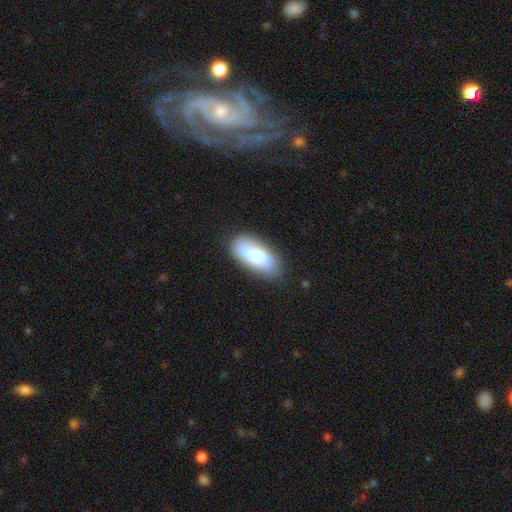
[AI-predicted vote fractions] Smooth or featured? Predicted: smooth (p=0.80). How rounded? Predicted: in between (p=0.87). Merging? Predicted: none (p=0.82).